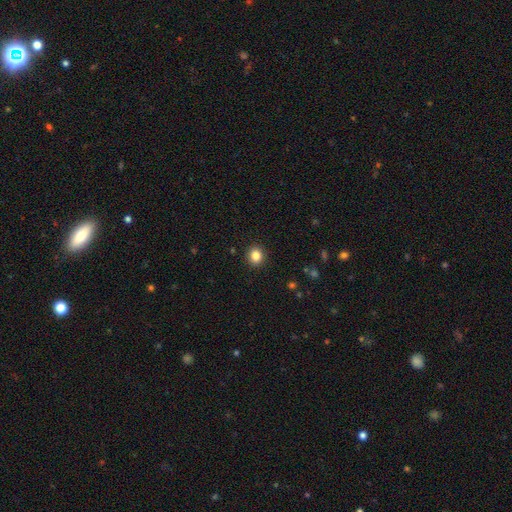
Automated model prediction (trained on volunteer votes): A smooth galaxy with no disk features (84%) that is round (83%). Merging: none (92%).